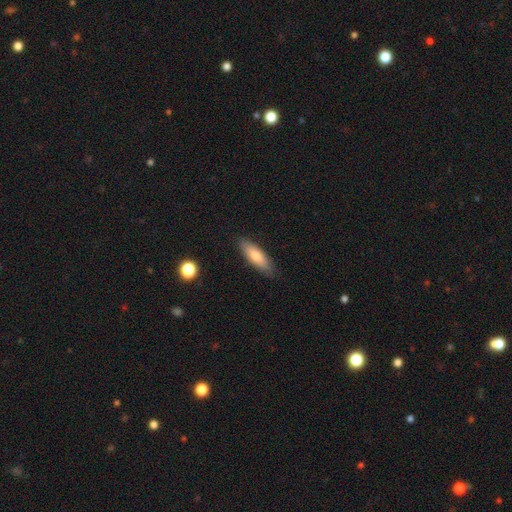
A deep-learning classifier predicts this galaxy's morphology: The model was most divided on "how rounded": cigar-shaped: 52%, in between: 47%, round: 2%. More confident: merging — none (86%); smooth or featured — smooth (75%).